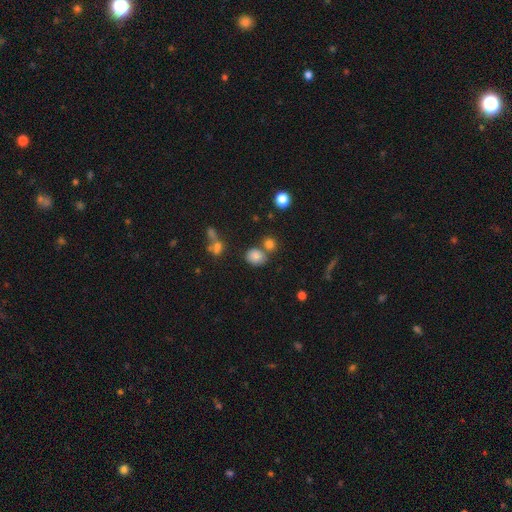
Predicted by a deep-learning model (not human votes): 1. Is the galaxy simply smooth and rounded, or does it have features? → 80% smooth, 13% star or artifact, 7% featured or disk.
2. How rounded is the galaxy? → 61% round, 38% in between, 1% cigar-shaped.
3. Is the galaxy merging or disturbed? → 62% none, 22% merger, 12% minor disturbance, 4% major disturbance.